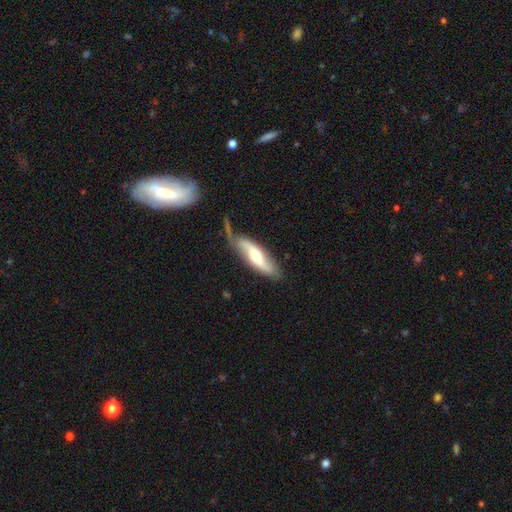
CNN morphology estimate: Q: Smooth or featured?
A: featured or disk (50%); runner-up: smooth (44%)
Q: Edge-on disk?
A: no (63%); runner-up: yes (37%)
Q: Merging?
A: none (57%); runner-up: minor disturbance (26%)